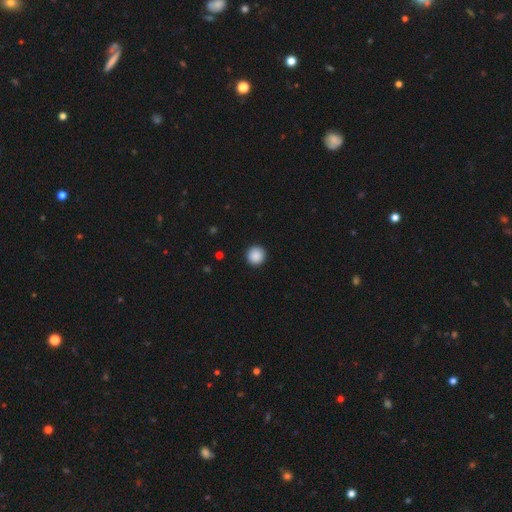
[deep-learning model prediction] A smooth galaxy with no disk features (89%) that is round (95%). Merging: none (93%).